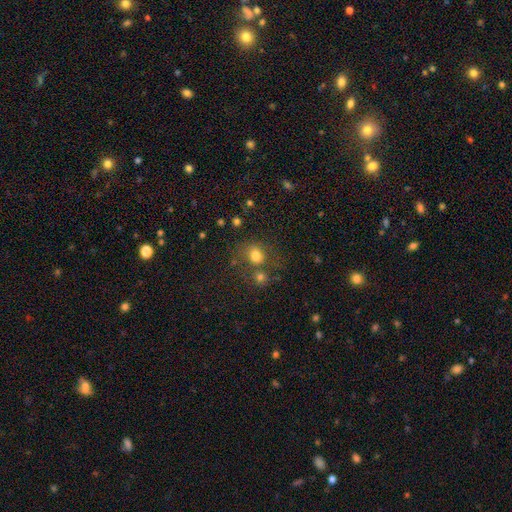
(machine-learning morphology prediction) This is likely a smooth galaxy (74%). How rounded: likely round (72%). Merging: possibly none (54%).